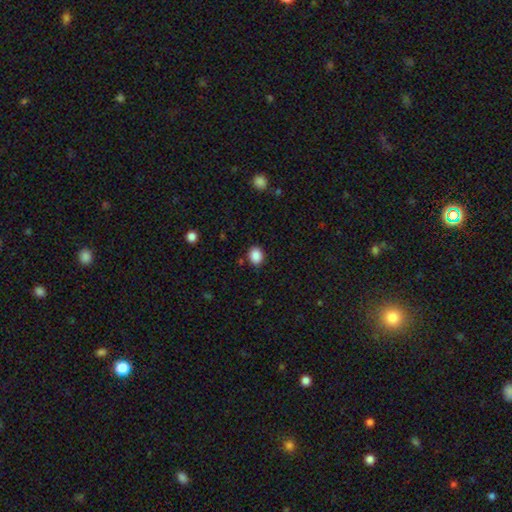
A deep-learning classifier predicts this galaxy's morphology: smooth 88%, star or artifact 9%, featured or disk 3%. Down the decision tree: how rounded — round (51%); merging — none (85%).